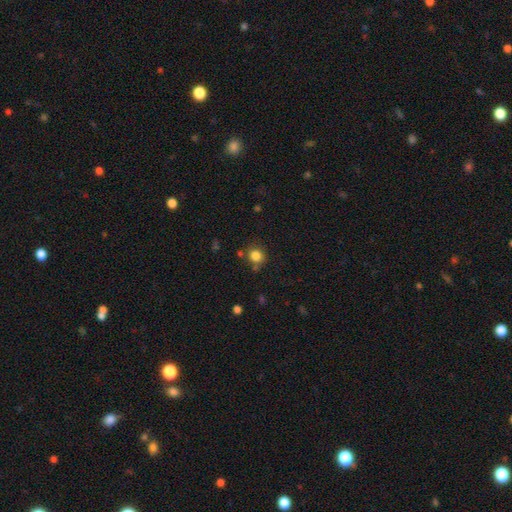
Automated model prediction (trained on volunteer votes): This appears to be a smooth galaxy with no disk features (83%) that is round (79%). Merging: none (73%).